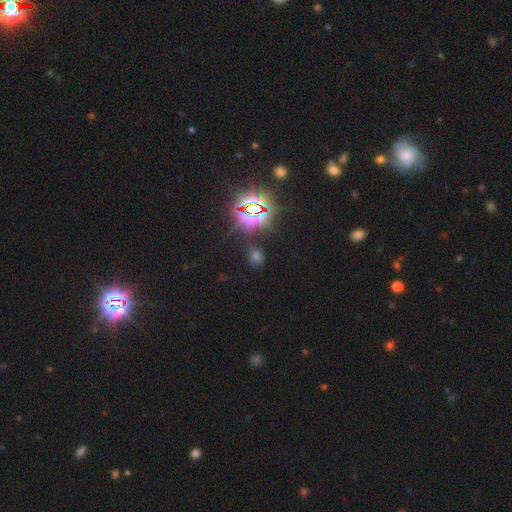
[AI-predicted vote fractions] This appears to be a star or artifact, not a galaxy (58%).